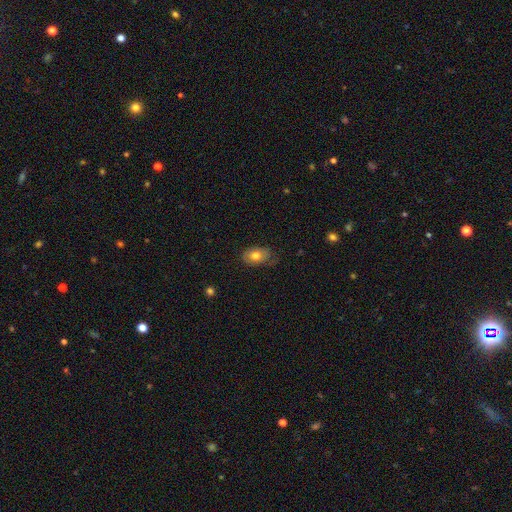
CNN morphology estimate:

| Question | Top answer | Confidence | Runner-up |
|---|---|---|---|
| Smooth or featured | smooth | 72% | featured or disk (20%) |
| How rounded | in between | 83% | round (15%) |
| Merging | none | 63% | minor disturbance (28%) |